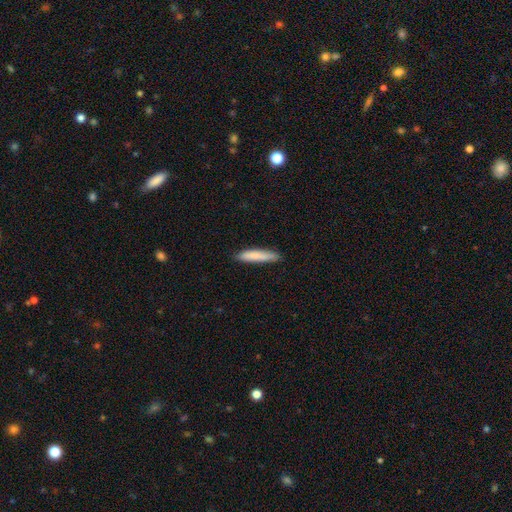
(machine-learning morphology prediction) This appears to be a smooth galaxy with no disk features (81%) that is cigar-shaped (88%). Merging: none (86%).